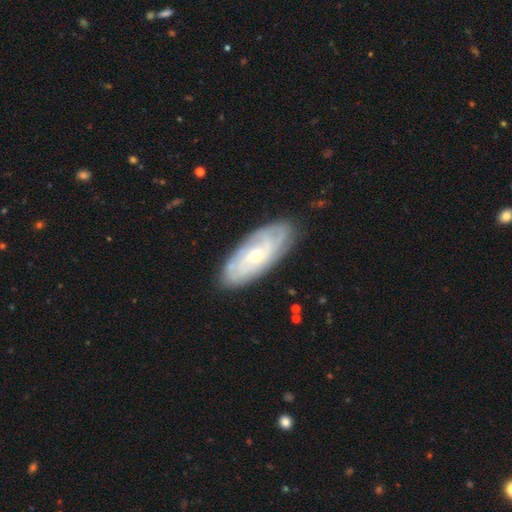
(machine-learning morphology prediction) A featured or disk galaxy (72%) with no bar (72%), tight (69%) spiral arms (89%) and a small central bulge (50%).

Vote fractions:
- Smooth or featured? featured or disk: 72% / smooth: 22% / star or artifact: 6%
- Edge-on disk? no: 89% / yes: 11%
- Bar? no: 72% / weak: 24% / strong: 4%
- Spiral arms? yes: 89% / no: 11%
- Spiral winding? tight: 69% / medium: 25% / loose: 7%
- Spiral arm count? can't tell: 55% / 2: 13% / 3: 12% / 4: 11% / more than 4: 6% / 1: 4%
- Bulge size? small: 50% / moderate: 45% / large: 3% / none: 1% / dominant: 1%
- Merging? none: 82% / minor disturbance: 14% / major disturbance: 3% / merger: 1%